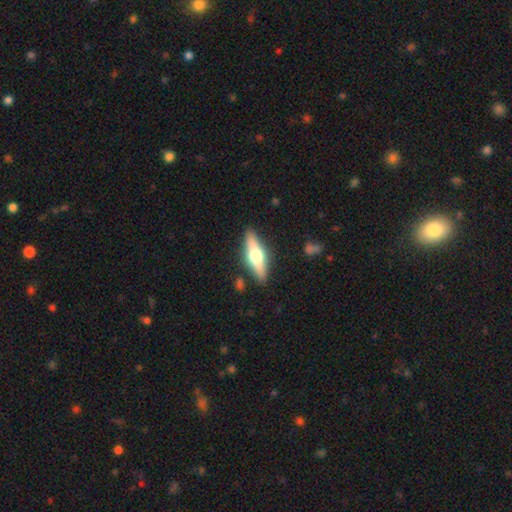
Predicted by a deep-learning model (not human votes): This is possibly a featured or disk galaxy (56%). It is clearly viewed edge-on (93%). Edge-on bulge: clearly rounded (95%). Merging: clearly none (86%).